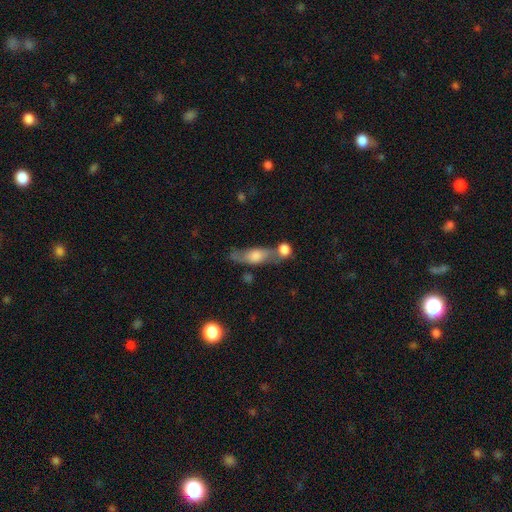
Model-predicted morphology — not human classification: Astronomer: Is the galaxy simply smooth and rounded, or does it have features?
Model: smooth — 47% (runner-up: featured or disk, 43%).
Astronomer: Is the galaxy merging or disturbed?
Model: none — 47% (runner-up: merger, 27%).